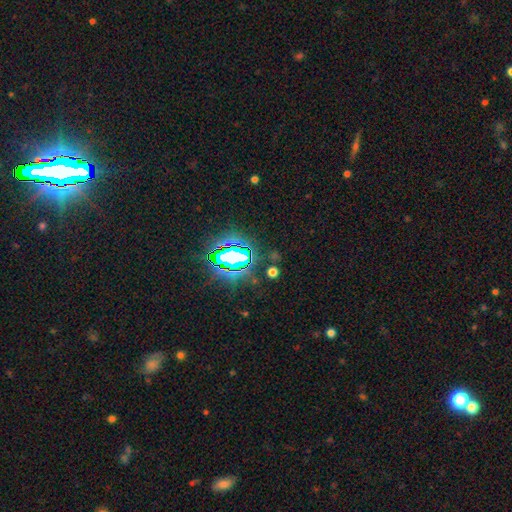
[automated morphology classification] smooth-or-featured: star or artifact: 81% | smooth: 11% | featured or disk: 8%